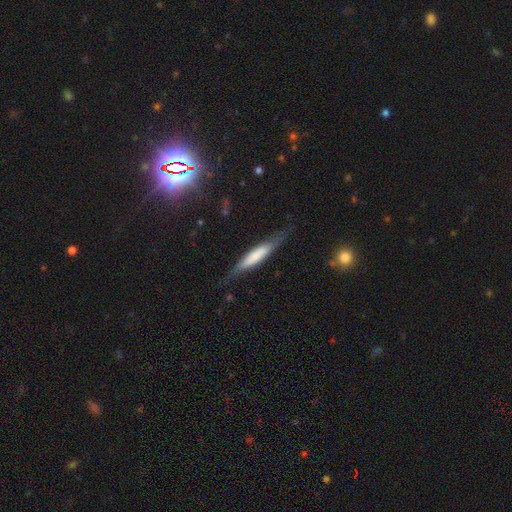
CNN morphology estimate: Smooth or featured? Predicted: smooth (p=0.55). How rounded? Predicted: cigar-shaped (p=0.86). Merging? Predicted: none (p=0.75).